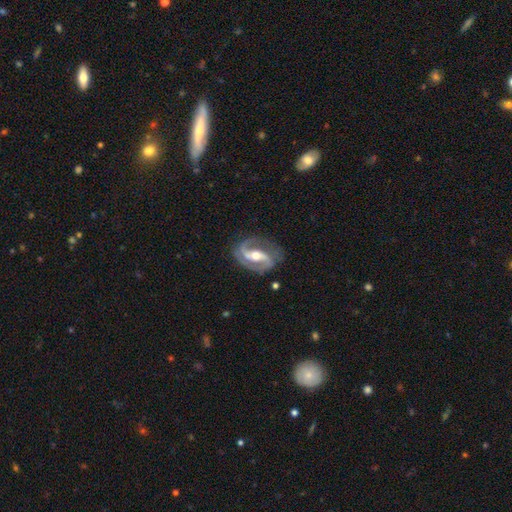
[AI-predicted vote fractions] This appears to be a featured or disk galaxy (90%) with a strong bar (43%), 2 (90%) medium (54%) spiral arms (97%) and a moderate central bulge (72%). Merging: none (74%).